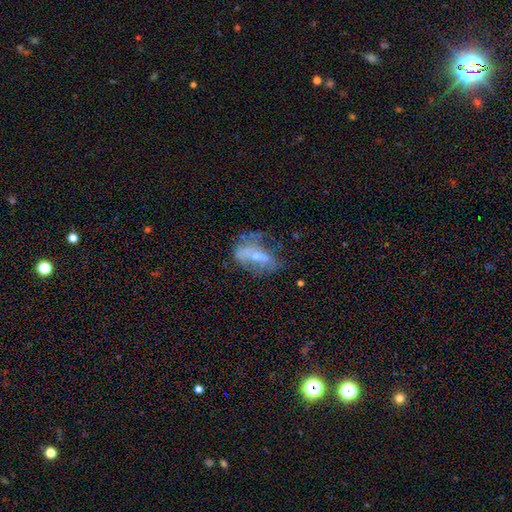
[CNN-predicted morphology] Smooth or featured?
  - featured or disk: 56% *
  - smooth: 34%
  - star or artifact: 10%
Edge-on disk?
  - no: 88% *
  - yes: 12%
Merging?
  - none: 38% *
  - major disturbance: 29%
  - minor disturbance: 25%
  - merger: 9%